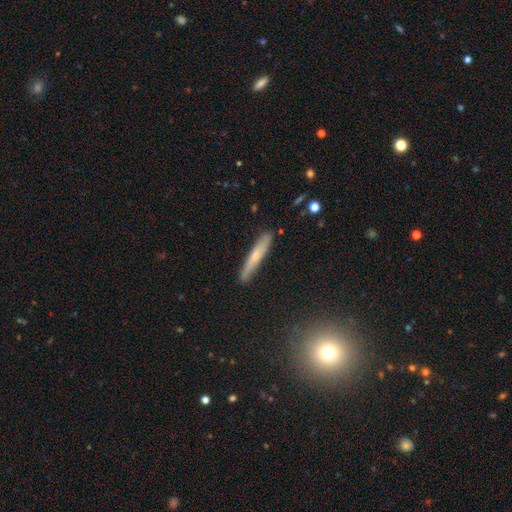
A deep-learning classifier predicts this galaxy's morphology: Smooth or featured? smooth (58%)
How rounded? cigar-shaped (94%)
Merging? none (86%)